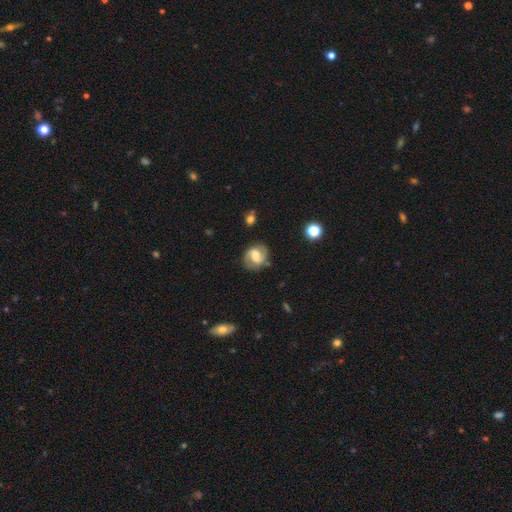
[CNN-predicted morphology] featured or disk 70%, smooth 23%, star or artifact 7%. Down the decision tree: edge-on disk — no (97%); bar — weak (52%); spiral arms — yes (91%); spiral arm count — 2 (89%); spiral winding — medium (49%); bulge size — moderate (51%); merging — none (79%).